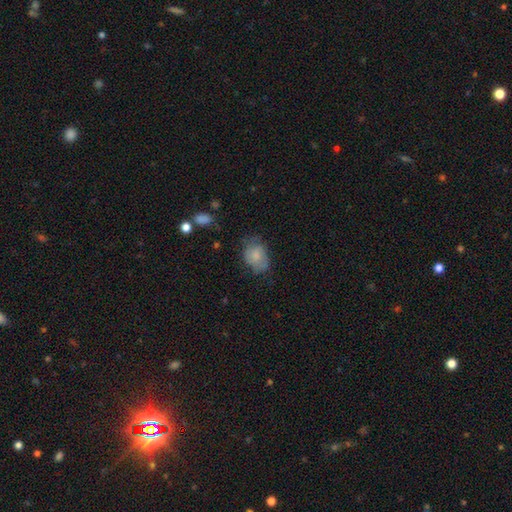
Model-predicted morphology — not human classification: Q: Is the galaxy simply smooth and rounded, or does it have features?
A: smooth — 74%.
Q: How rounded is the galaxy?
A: in between — 69%.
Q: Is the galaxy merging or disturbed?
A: none — 51%.